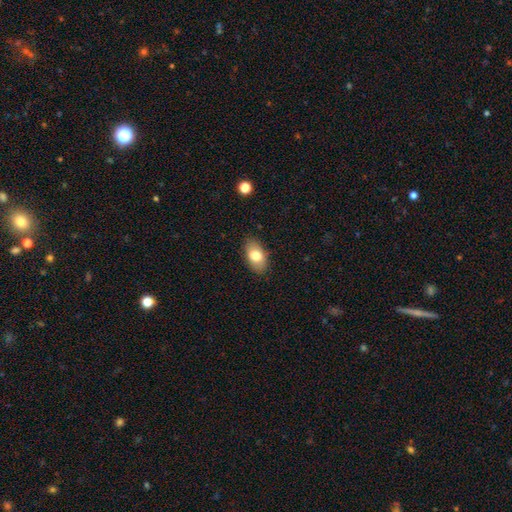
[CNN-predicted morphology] type=smooth (78%); roundness=in between (92%); merging=none (86%).